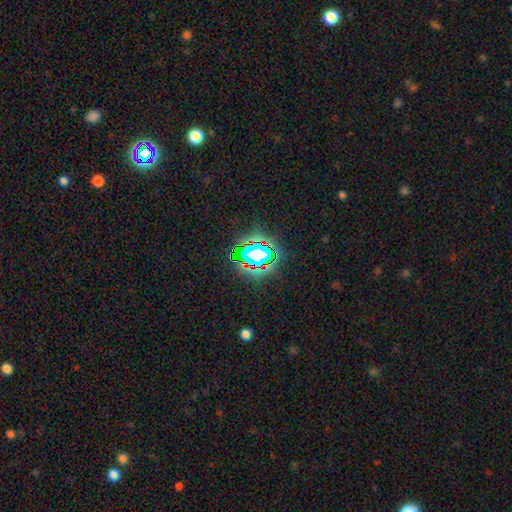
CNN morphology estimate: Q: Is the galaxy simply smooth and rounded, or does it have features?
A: star or artifact — 65%.